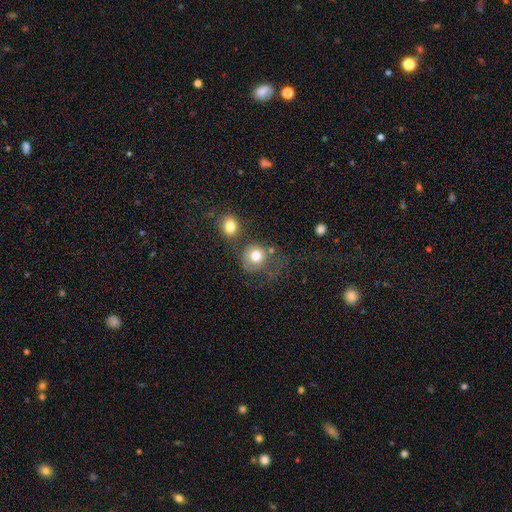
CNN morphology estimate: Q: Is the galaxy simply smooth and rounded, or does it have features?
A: smooth — 75%.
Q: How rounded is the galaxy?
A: round — 82%.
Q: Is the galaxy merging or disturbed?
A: none — 43%.